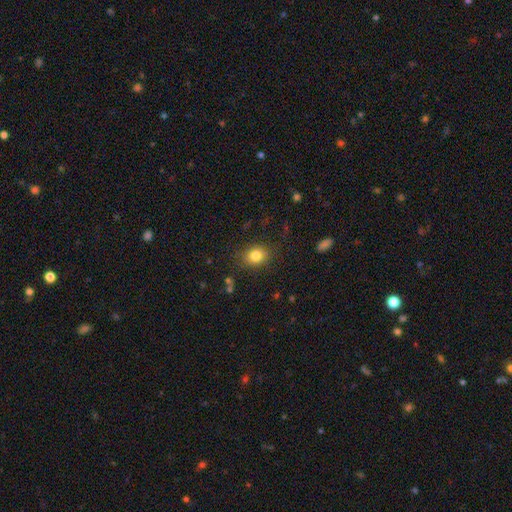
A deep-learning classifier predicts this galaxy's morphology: Smooth or featured? Predicted: smooth (p=0.82). How rounded? Predicted: round (p=0.50). Merging? Predicted: none (p=0.82).